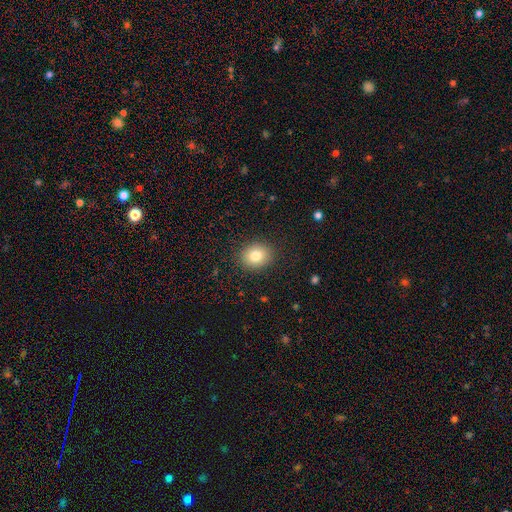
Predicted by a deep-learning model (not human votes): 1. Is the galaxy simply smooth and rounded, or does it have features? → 82% smooth, 10% star or artifact, 8% featured or disk.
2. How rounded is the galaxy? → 71% round, 28% in between, 1% cigar-shaped.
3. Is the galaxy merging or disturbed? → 90% none, 7% minor disturbance, 2% major disturbance, 1% merger.